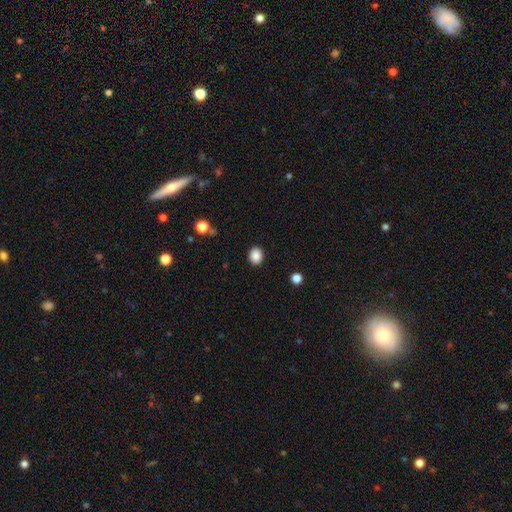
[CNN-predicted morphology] The model was most divided on "how rounded": round: 56%, in between: 43%, cigar-shaped: 1%. More confident: merging — none (90%); smooth or featured — smooth (88%).